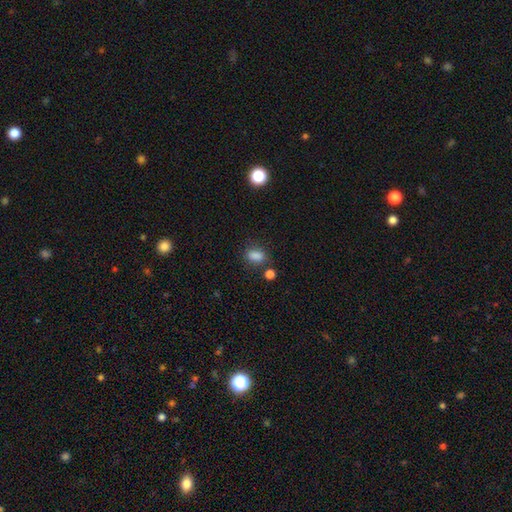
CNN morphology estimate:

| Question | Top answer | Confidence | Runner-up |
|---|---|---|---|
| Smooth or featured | smooth | 84% | star or artifact (12%) |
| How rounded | in between | 78% | round (18%) |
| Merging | none | 70% | minor disturbance (16%) |